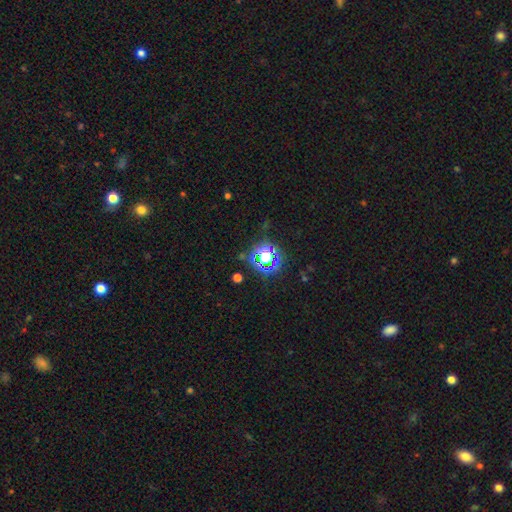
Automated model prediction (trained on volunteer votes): Smooth or featured? Predicted: star or artifact (p=0.75).